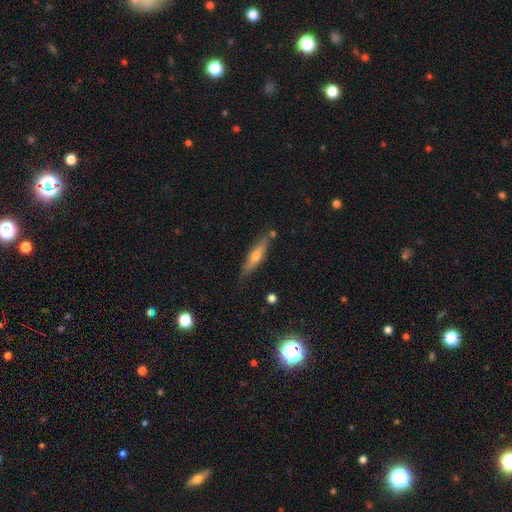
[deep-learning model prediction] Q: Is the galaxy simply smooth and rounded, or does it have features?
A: smooth — 50%.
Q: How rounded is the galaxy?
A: cigar-shaped — 81%.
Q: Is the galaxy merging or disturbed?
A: none — 79%.